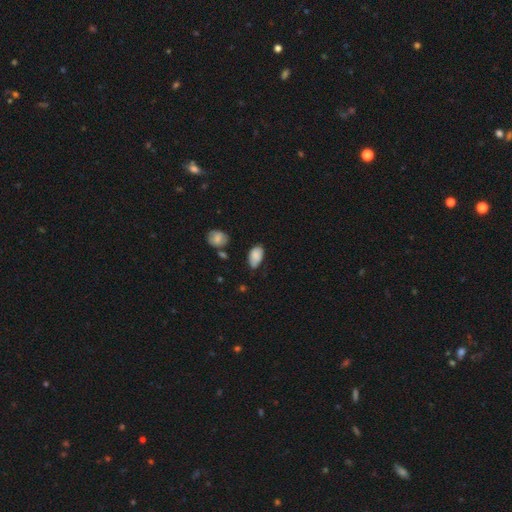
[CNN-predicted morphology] A smooth galaxy with no disk features (85%) that is in between round and cigar-shaped (93%). Merging: none (57%).